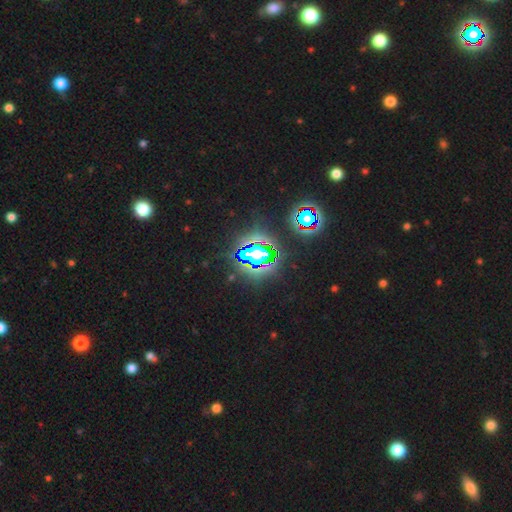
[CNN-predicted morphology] Overall: star or artifact (72%).